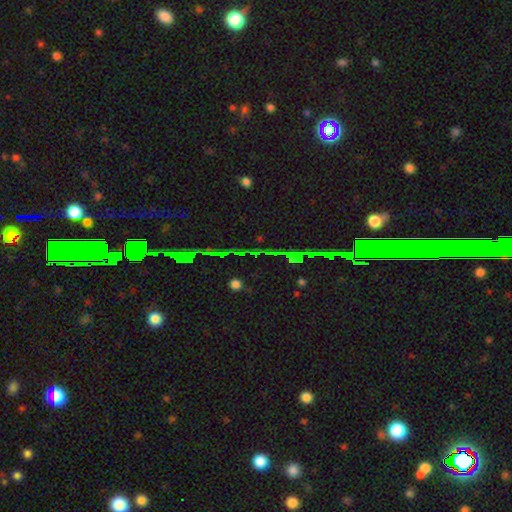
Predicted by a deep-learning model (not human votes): Smooth or featured?
  - star or artifact: 72% *
  - smooth: 17%
  - featured or disk: 12%